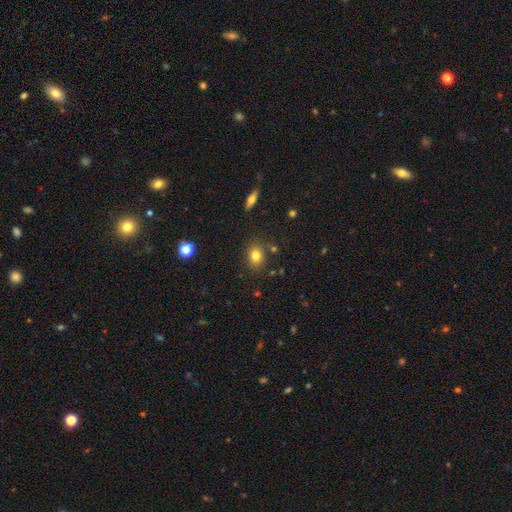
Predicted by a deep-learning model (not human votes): This is clearly a smooth galaxy (80%). How rounded: possibly in between (50%). Merging: clearly none (83%).